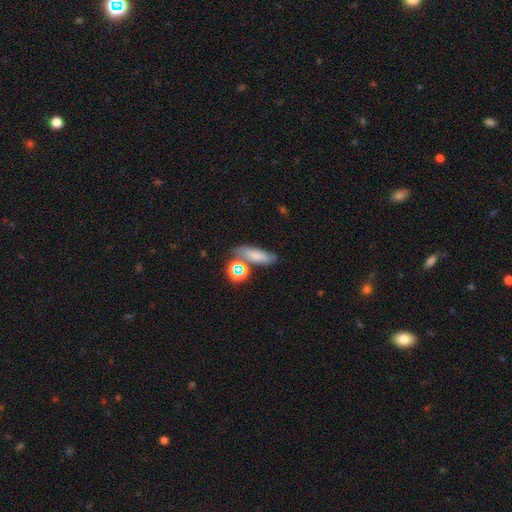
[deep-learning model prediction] This is likely a smooth galaxy (67%). How rounded: possibly in between (49%). Merging: likely none (60%).